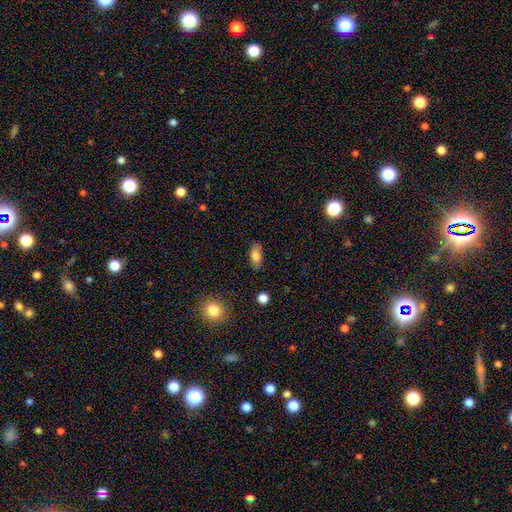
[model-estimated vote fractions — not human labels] This is clearly a smooth galaxy (80%). How rounded: clearly in between (85%). Merging: clearly none (85%).